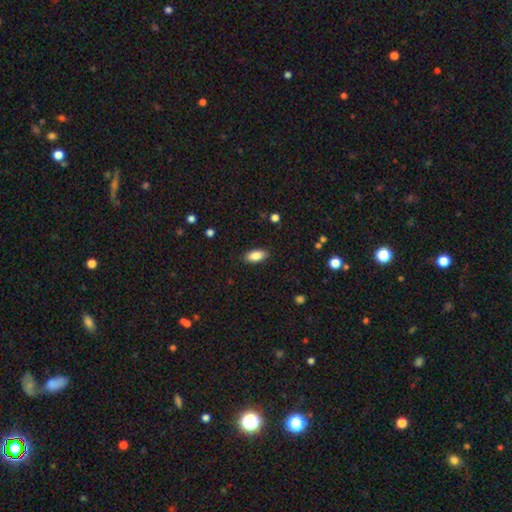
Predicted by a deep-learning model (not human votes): Smooth or featured: smooth — 87% (star or artifact — 7%)
How rounded: in between — 91% (cigar-shaped — 6%)
Merging: none — 87% (minor disturbance — 10%)